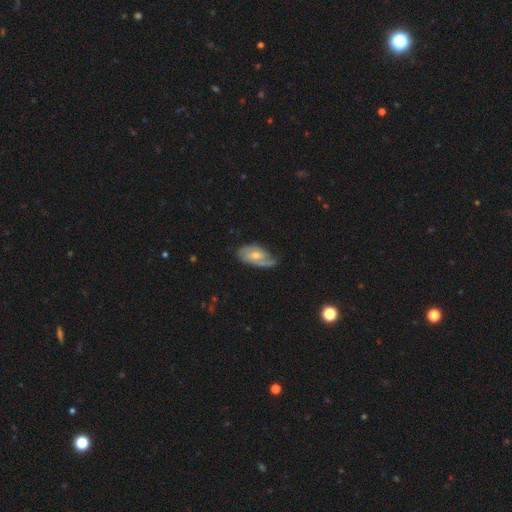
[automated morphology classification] Smooth or featured? Predicted: featured or disk (p=0.75). Edge-on disk? Predicted: no (p=0.94). Bar? Predicted: no (p=0.49). Spiral arms? Predicted: yes (p=0.92). Spiral winding? Predicted: tight (p=0.43). Spiral arm count? Predicted: 2 (p=0.59). Bulge size? Predicted: moderate (p=0.52). Merging? Predicted: none (p=0.65).